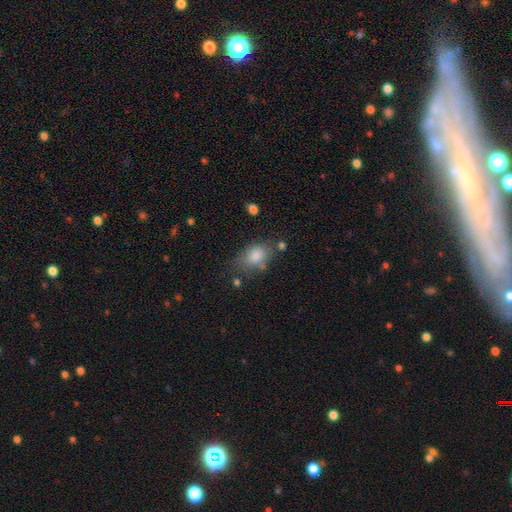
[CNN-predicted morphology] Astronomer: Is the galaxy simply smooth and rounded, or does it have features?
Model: smooth — 81%.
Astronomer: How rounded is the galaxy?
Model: in between — 75%.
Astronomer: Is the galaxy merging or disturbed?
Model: none — 63%.